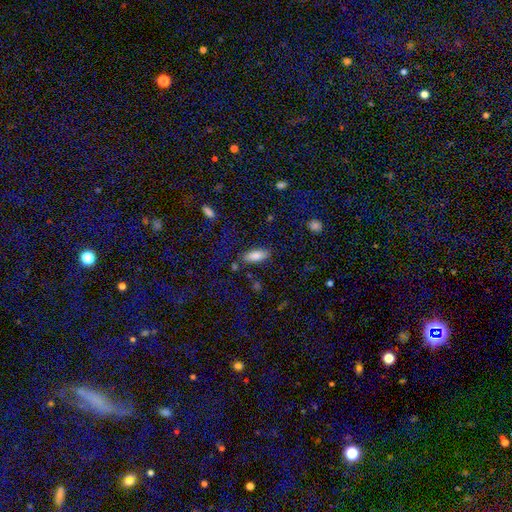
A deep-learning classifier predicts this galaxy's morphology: Smooth or featured: smooth — 84% (featured or disk — 9%)
How rounded: in between — 82% (cigar-shaped — 16%)
Merging: none — 81% (minor disturbance — 12%)